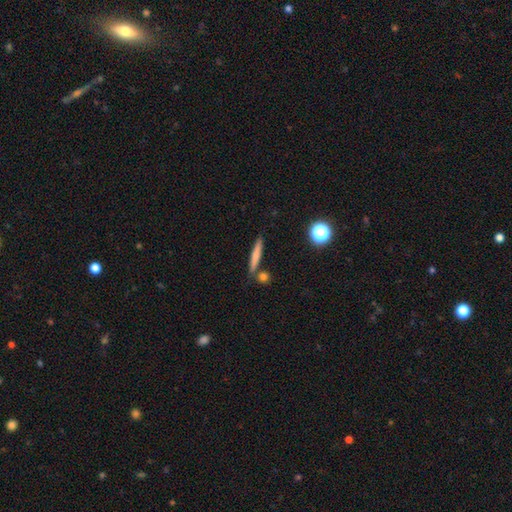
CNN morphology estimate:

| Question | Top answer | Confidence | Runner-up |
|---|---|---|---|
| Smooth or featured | smooth | 69% | featured or disk (23%) |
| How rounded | cigar-shaped | 91% | in between (6%) |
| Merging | none | 80% | minor disturbance (9%) |